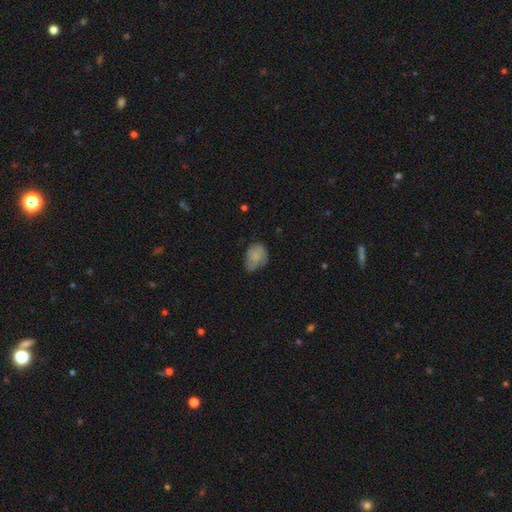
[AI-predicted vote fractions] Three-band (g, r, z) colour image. It shows a smooth galaxy with no disk features (64%) that is in between round and cigar-shaped (67%). Merging: none (52%).